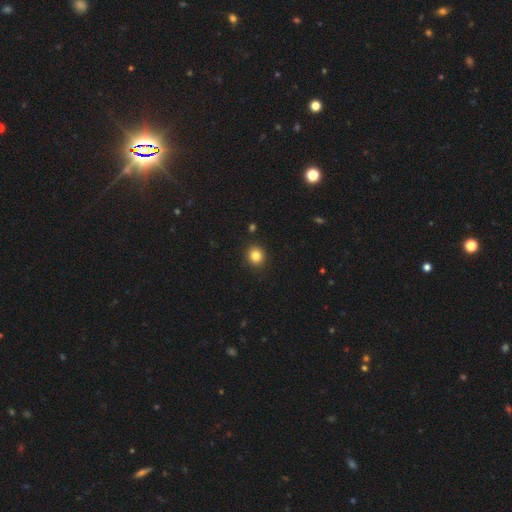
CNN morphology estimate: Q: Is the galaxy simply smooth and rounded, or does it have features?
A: smooth — 83%.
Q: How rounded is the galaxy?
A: round — 84%.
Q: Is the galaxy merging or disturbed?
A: none — 91%.